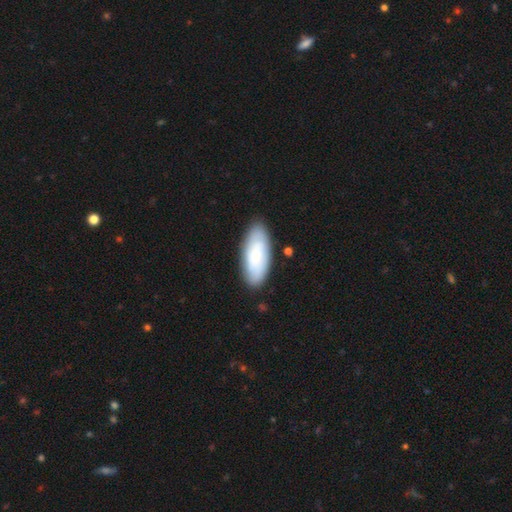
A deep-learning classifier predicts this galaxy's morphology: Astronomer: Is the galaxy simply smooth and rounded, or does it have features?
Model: smooth — 67%.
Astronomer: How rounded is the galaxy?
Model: in between — 81%.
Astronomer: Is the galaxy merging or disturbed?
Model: none — 85%.